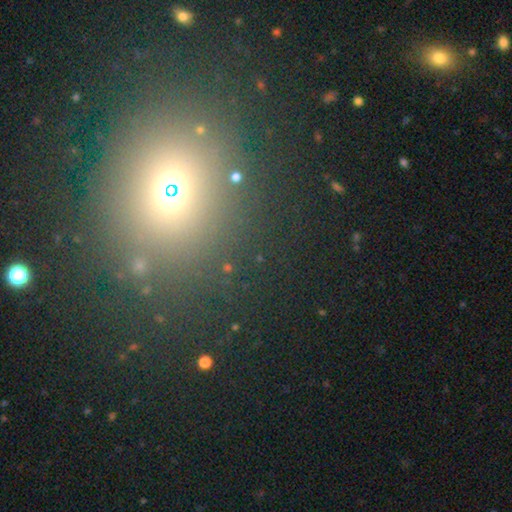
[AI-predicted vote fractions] This appears to be a smooth galaxy with no disk features (46%). Merging: none (76%).